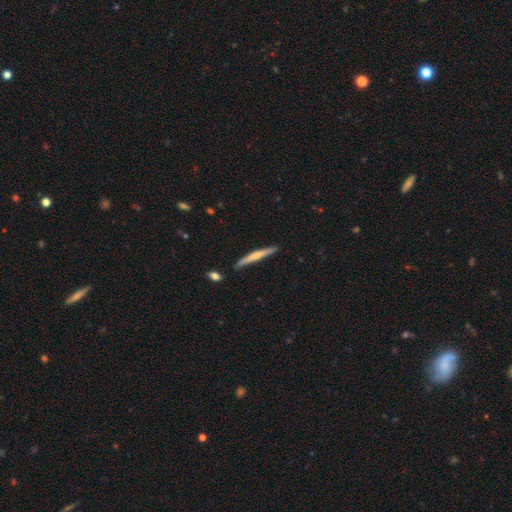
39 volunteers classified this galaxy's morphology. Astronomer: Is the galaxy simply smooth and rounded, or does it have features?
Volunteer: smooth — 56% (runner-up: featured or disk, 38%).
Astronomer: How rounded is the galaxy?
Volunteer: cigar-shaped — 100%.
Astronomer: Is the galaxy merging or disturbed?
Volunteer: none — 57% (runner-up: minor disturbance, 35%).